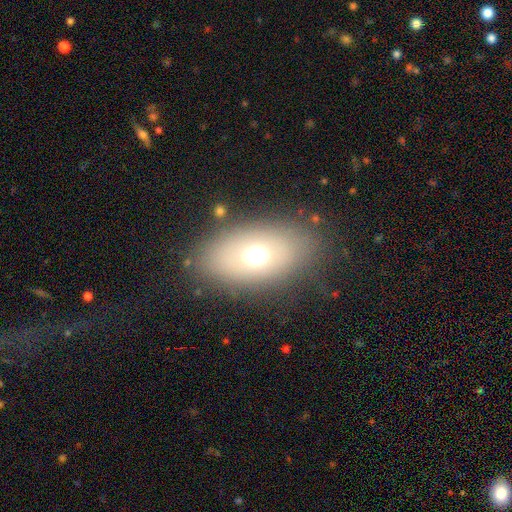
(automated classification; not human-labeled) Smooth or featured: smooth — 62% (featured or disk — 24%)
How rounded: in between — 80% (round — 18%)
Merging: none — 81% (minor disturbance — 10%)